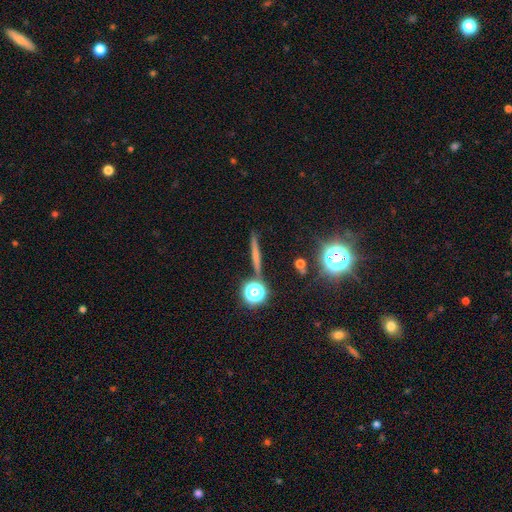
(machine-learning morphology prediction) smooth-or-featured: smooth: 44% | featured or disk: 39% | star or artifact: 17%
  merging: none: 87% | minor disturbance: 8% | merger: 3% | major disturbance: 2%